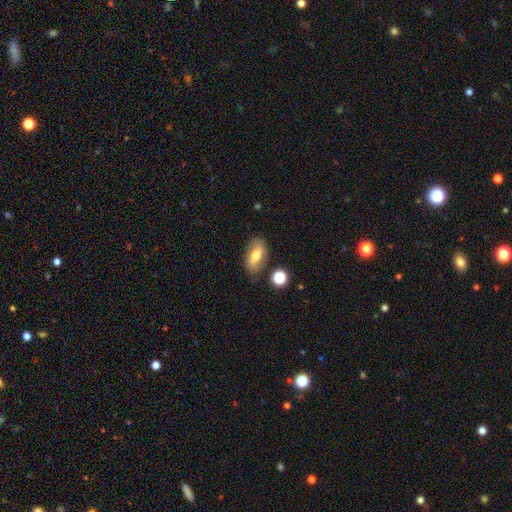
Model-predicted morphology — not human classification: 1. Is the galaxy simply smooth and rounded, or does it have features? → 48% smooth, 43% featured or disk, 9% star or artifact.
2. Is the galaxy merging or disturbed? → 79% none, 14% minor disturbance, 4% merger, 4% major disturbance.